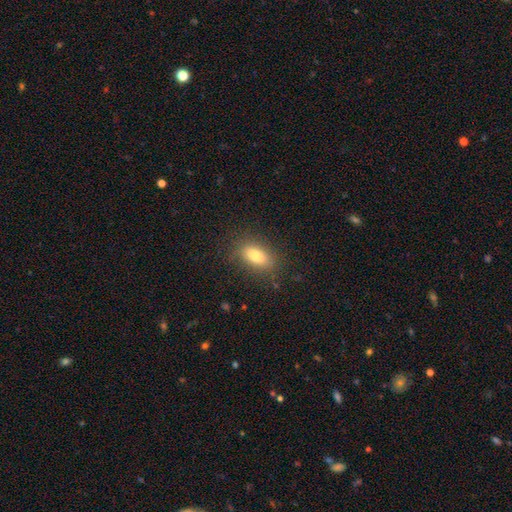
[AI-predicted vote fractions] Morphology: type=smooth (80%); roundness=in between (84%); merging=none (83%).